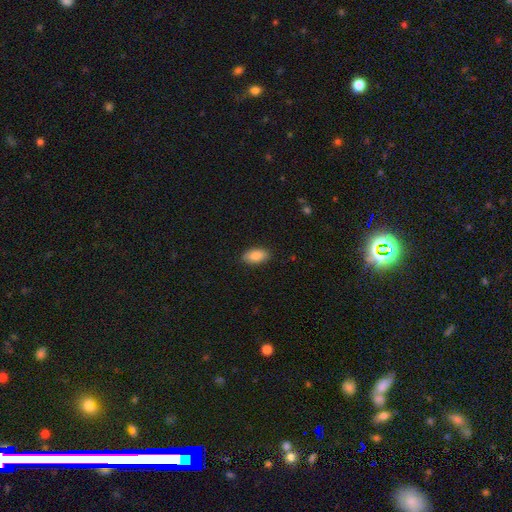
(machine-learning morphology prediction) Smooth or featured?
  - smooth: 84% *
  - featured or disk: 9%
  - star or artifact: 7%
How rounded?
  - in between: 93% *
  - round: 4%
  - cigar-shaped: 4%
Merging?
  - none: 89% *
  - minor disturbance: 9%
  - major disturbance: 2%
  - merger: 1%